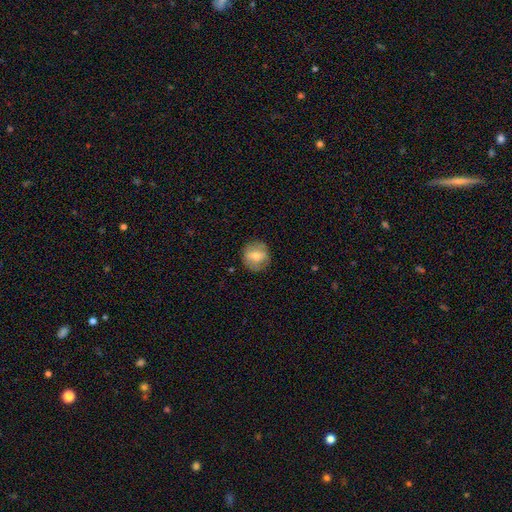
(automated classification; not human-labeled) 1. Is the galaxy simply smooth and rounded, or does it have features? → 60% smooth, 31% featured or disk, 9% star or artifact.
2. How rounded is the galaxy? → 86% round, 13% in between, 1% cigar-shaped.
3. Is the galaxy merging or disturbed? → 83% none, 12% minor disturbance, 4% major disturbance, 1% merger.